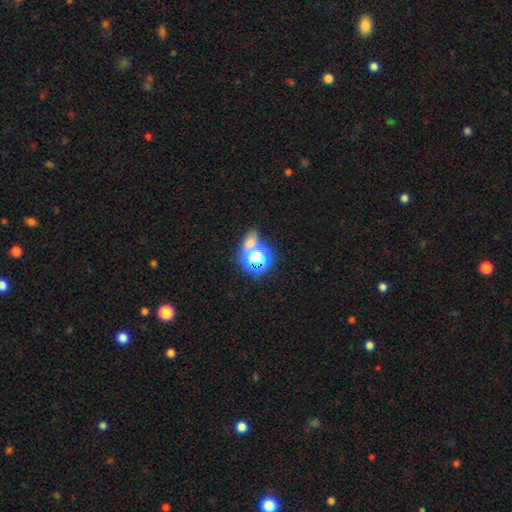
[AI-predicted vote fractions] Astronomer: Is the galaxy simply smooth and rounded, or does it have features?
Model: star or artifact — 49% (runner-up: smooth, 40%).